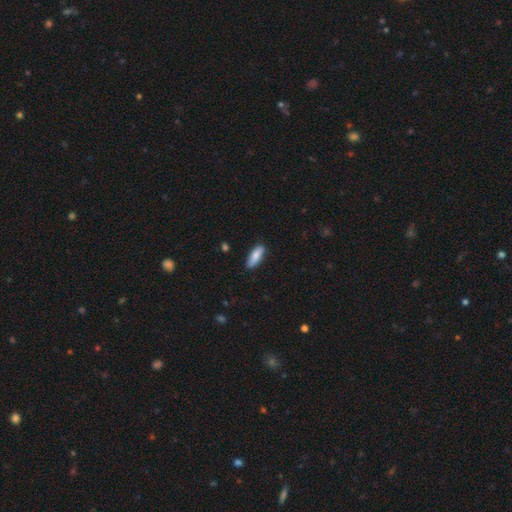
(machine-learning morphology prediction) A smooth galaxy with no disk features (82%) that is in between round and cigar-shaped (60%).

Vote fractions:
- Smooth or featured? smooth: 82% / featured or disk: 12% / star or artifact: 6%
- How rounded? in between: 60% / cigar-shaped: 38% / round: 2%
- Merging? none: 87% / minor disturbance: 10% / major disturbance: 2% / merger: 1%